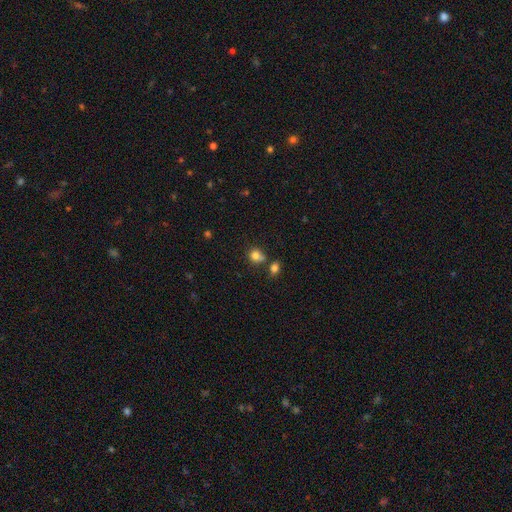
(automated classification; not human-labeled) smooth-or-featured: smooth: 81% | star or artifact: 12% | featured or disk: 7%
  how-rounded: round: 69% | in between: 30% | cigar-shaped: 1%
  merging: none: 53% | merger: 24% | minor disturbance: 17% | major disturbance: 6%